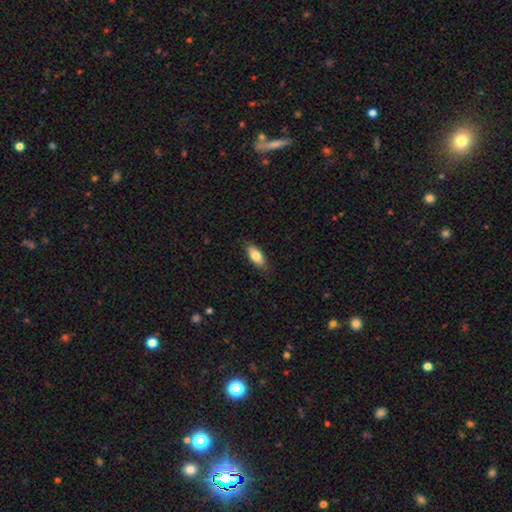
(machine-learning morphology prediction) A smooth galaxy with no disk features (78%) that is in between round and cigar-shaped (86%). Merging: none (83%).